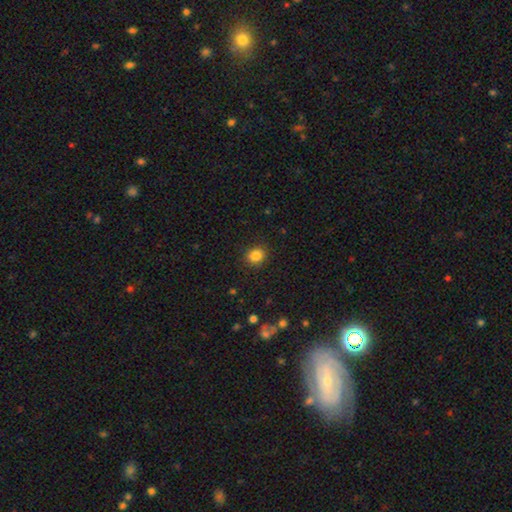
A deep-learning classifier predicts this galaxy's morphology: smooth_or_featured: smooth (p=0.85) [alt: star or artifact p=0.11]
how_rounded: round (p=0.73) [alt: in between p=0.26]
merging: none (p=0.89) [alt: minor disturbance p=0.07]